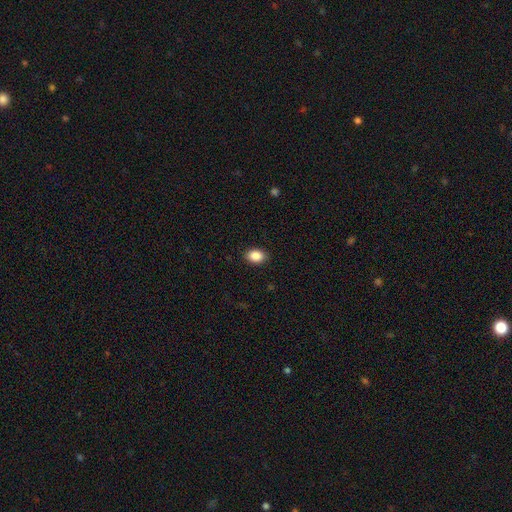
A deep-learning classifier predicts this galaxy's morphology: Smooth or featured?
  - smooth: 88% *
  - star or artifact: 8%
  - featured or disk: 4%
How rounded?
  - in between: 78% *
  - round: 21%
  - cigar-shaped: 1%
Merging?
  - none: 89% *
  - minor disturbance: 8%
  - major disturbance: 2%
  - merger: 1%